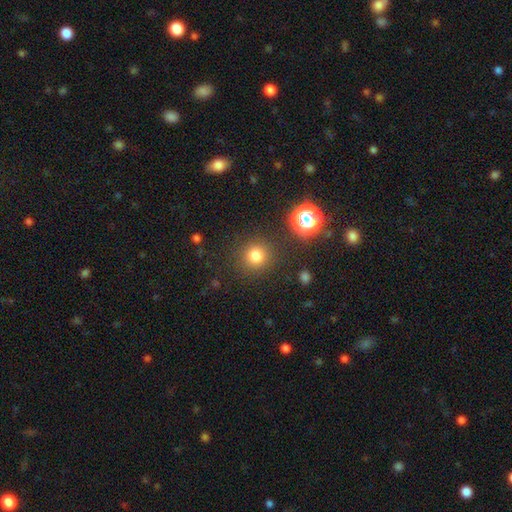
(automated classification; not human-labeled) The model was most divided on "smooth or featured": smooth: 78%, star or artifact: 16%, featured or disk: 6%. More confident: how rounded — round (92%); merging — none (86%).